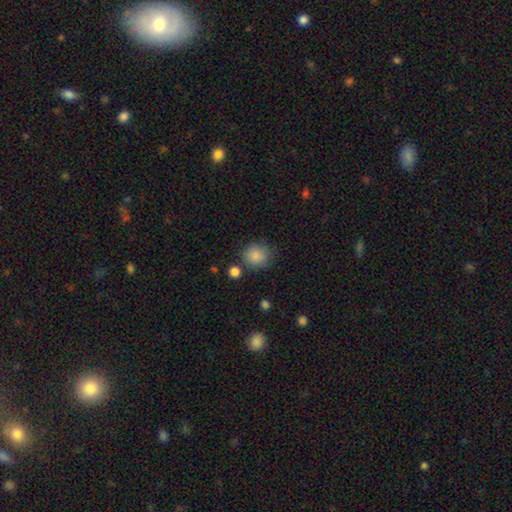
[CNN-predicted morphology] Smooth or featured? Predicted: smooth (p=0.86). How rounded? Predicted: round (p=0.85). Merging? Predicted: none (p=0.78).